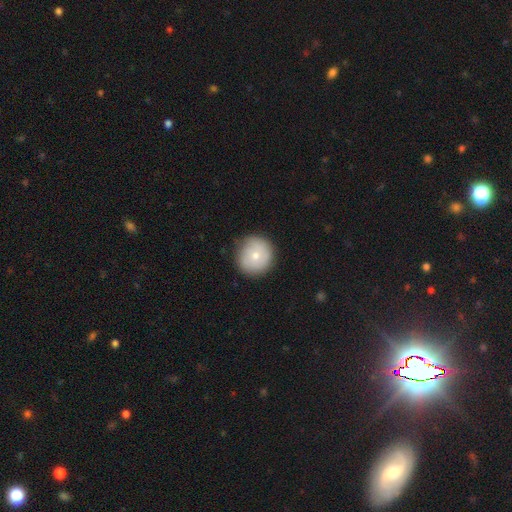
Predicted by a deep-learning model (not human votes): A smooth galaxy with no disk features (73%) that is round (92%).

Vote fractions:
- Smooth or featured? smooth: 73% / featured or disk: 19% / star or artifact: 7%
- How rounded? round: 92% / in between: 7% / cigar-shaped: 1%
- Merging? none: 83% / minor disturbance: 13% / major disturbance: 3% / merger: 1%